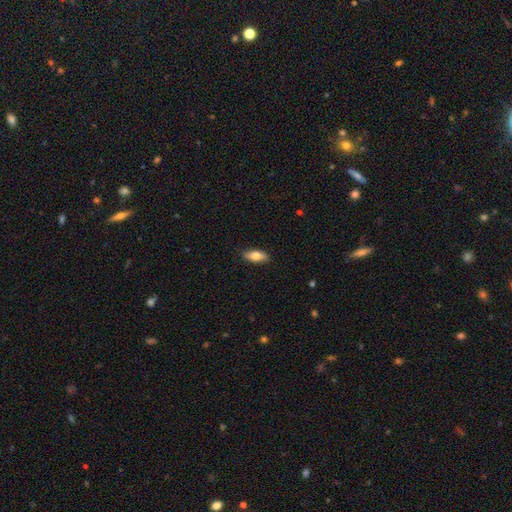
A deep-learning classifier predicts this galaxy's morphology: Smooth or featured? Predicted: smooth (p=0.75). How rounded? Predicted: in between (p=0.79). Merging? Predicted: none (p=0.88).